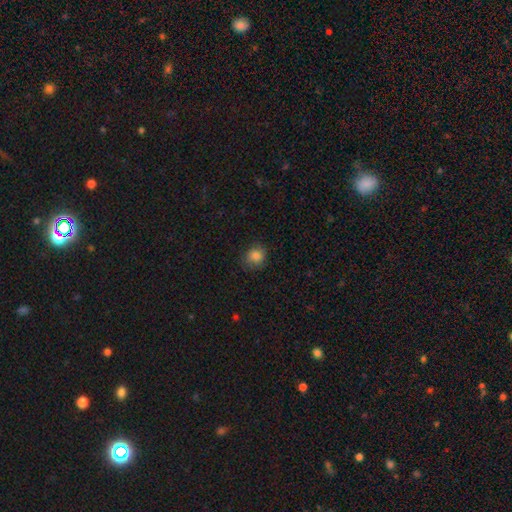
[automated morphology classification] Smooth or featured? Predicted: smooth (p=0.85). How rounded? Predicted: round (p=0.79). Merging? Predicted: none (p=0.76).